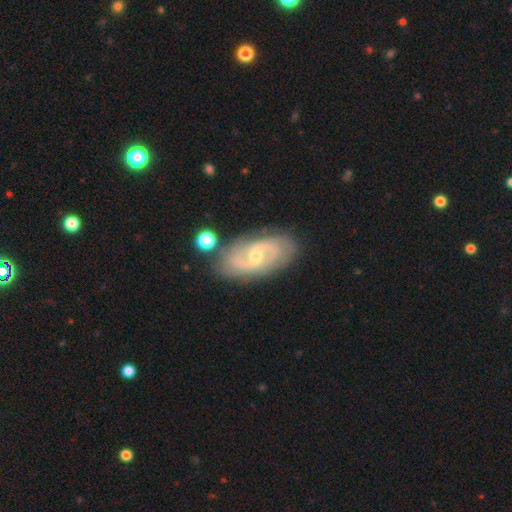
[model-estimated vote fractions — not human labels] Smooth or featured?
  - featured or disk: 85% *
  - smooth: 9%
  - star or artifact: 6%
Edge-on disk?
  - no: 95% *
  - yes: 5%
Bar?
  - weak: 51% *
  - no: 31%
  - strong: 18%
Spiral arms?
  - yes: 95% *
  - no: 5%
Spiral winding?
  - medium: 48% *
  - tight: 33%
  - loose: 18%
Spiral arm count?
  - 2: 81% *
  - can't tell: 8%
  - 3: 6%
  - 1: 2%
  - 4: 2%
  - more than 4: 2%
Bulge size?
  - small: 49% *
  - moderate: 48%
  - large: 2%
  - none: 1%
  - dominant: 1%
Merging?
  - none: 79% *
  - minor disturbance: 14%
  - merger: 4%
  - major disturbance: 4%